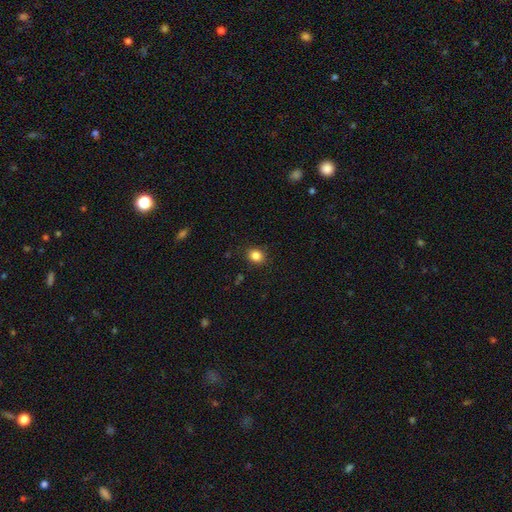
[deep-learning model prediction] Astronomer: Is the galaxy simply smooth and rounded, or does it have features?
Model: smooth — 85%.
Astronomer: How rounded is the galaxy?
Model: round — 67%.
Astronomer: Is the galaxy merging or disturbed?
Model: none — 88%.